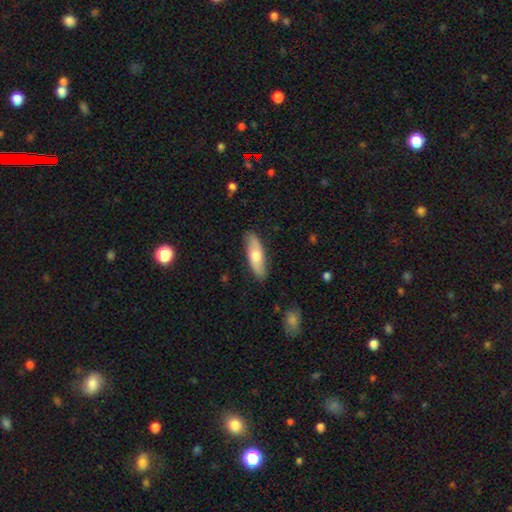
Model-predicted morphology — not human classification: Smooth or featured?
  - smooth: 63% *
  - featured or disk: 32%
  - star or artifact: 5%
How rounded?
  - in between: 54% *
  - cigar-shaped: 44%
  - round: 2%
Merging?
  - none: 86% *
  - minor disturbance: 11%
  - major disturbance: 2%
  - merger: 1%